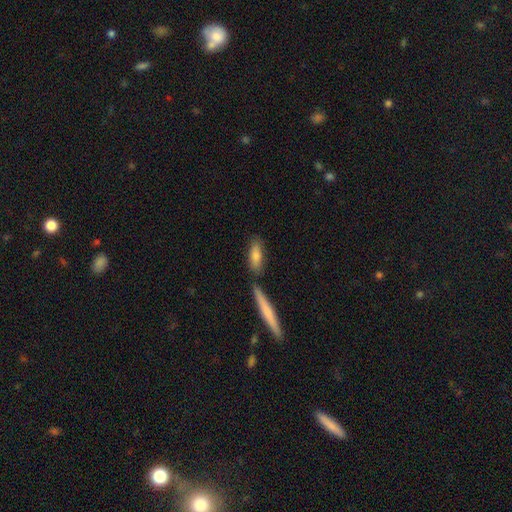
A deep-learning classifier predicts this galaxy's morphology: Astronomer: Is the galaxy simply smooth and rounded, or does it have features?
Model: smooth — 73%.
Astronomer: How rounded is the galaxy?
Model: cigar-shaped — 56% (runner-up: in between, 42%).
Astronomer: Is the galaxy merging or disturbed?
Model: none — 67%.